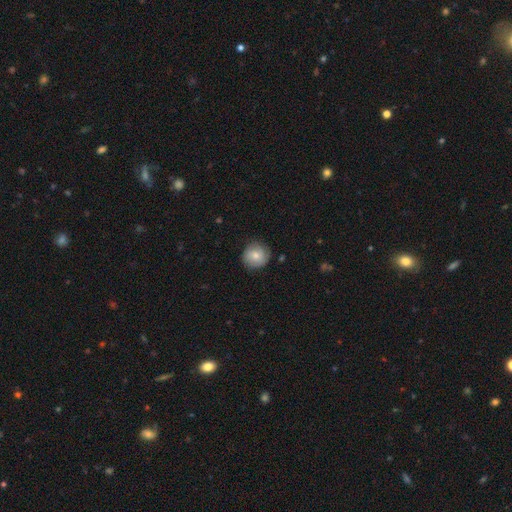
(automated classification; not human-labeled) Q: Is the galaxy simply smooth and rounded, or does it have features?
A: smooth — 74%.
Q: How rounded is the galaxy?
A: round — 93%.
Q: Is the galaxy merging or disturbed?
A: none — 83%.